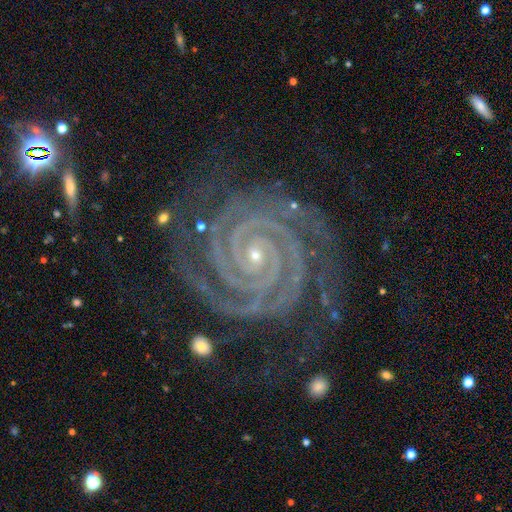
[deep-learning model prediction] This is clearly a featured or disk galaxy (94%). It is clearly not viewed edge-on (98%). Bar: possibly no (58%). Spiral arm pattern: clearly yes (99%). Spiral arm count: possibly 2 (55%). Spiral winding: clearly tight (90%). Central bulge: clearly small (84%). Merging: likely none (76%).